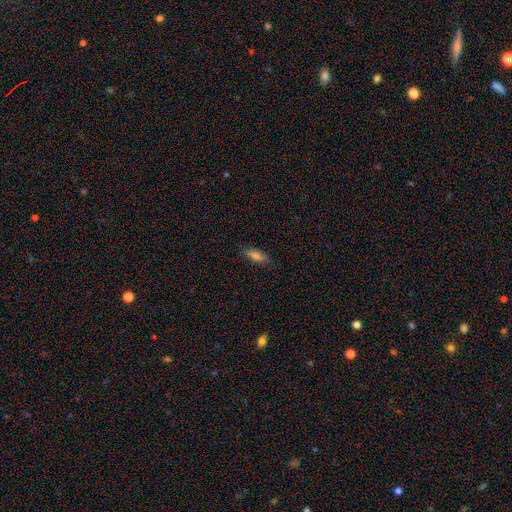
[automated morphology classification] A smooth galaxy with no disk features (72%) that is in between round and cigar-shaped (54%).

Vote fractions:
- Smooth or featured? smooth: 72% / featured or disk: 19% / star or artifact: 9%
- How rounded? in between: 54% / cigar-shaped: 43% / round: 3%
- Merging? none: 83% / minor disturbance: 14% / major disturbance: 3% / merger: 1%